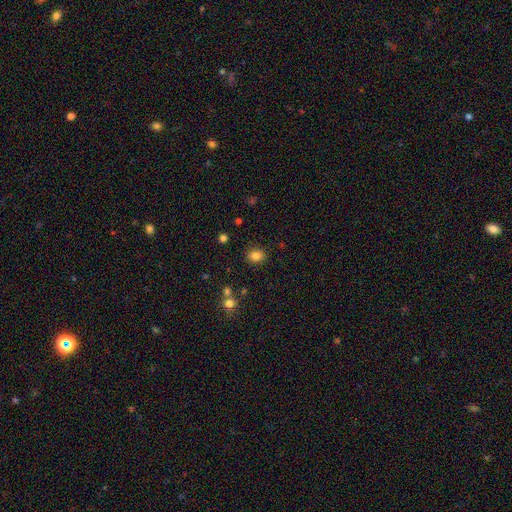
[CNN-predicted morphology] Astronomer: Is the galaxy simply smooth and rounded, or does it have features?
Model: smooth — 83%.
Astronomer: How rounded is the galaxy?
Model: round — 56% (runner-up: in between, 43%).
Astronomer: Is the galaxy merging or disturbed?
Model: none — 86%.